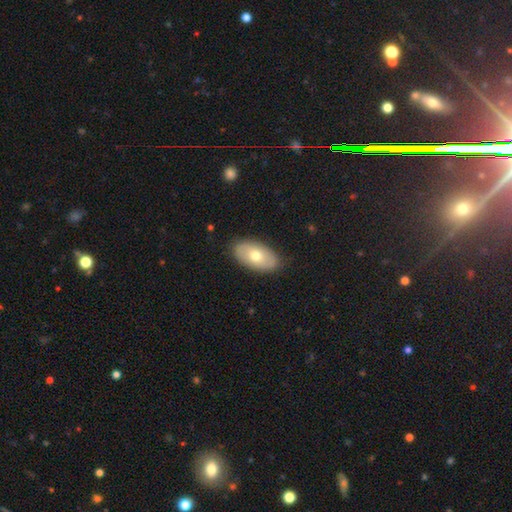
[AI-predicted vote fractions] Smooth or featured?
  - smooth: 65% *
  - featured or disk: 28%
  - star or artifact: 6%
How rounded?
  - in between: 94% *
  - round: 5%
  - cigar-shaped: 2%
Merging?
  - none: 85% *
  - minor disturbance: 12%
  - major disturbance: 2%
  - merger: 1%